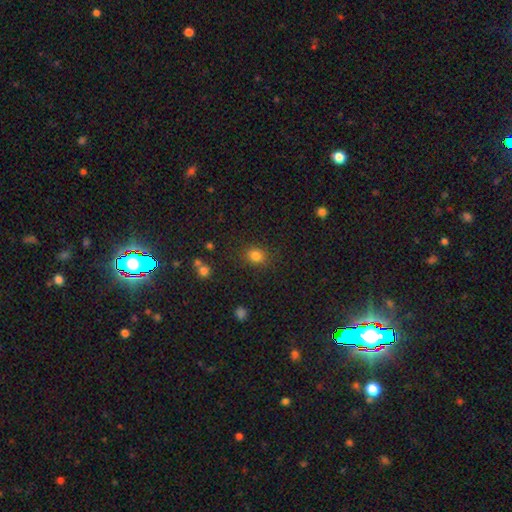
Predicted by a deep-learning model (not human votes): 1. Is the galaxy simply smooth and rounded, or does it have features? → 83% smooth, 12% star or artifact, 5% featured or disk.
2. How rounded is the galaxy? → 62% round, 37% in between, 1% cigar-shaped.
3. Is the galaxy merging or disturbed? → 84% none, 10% minor disturbance, 3% major disturbance, 2% merger.